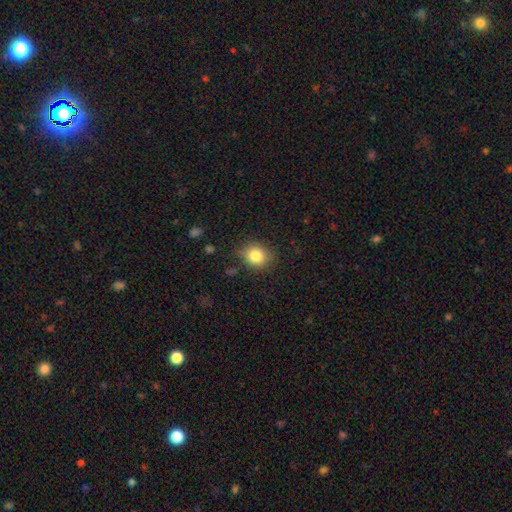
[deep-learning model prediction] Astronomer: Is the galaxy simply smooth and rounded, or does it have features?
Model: smooth — 82%.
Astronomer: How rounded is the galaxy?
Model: round — 66%.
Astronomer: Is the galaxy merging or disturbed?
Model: none — 81%.